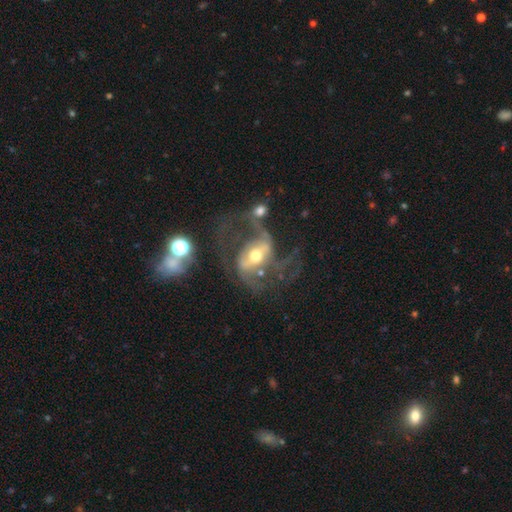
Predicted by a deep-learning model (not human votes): Smooth or featured?
  - featured or disk: 82% *
  - smooth: 9%
  - star or artifact: 8%
Edge-on disk?
  - no: 96% *
  - yes: 4%
Bar?
  - strong: 39% *
  - weak: 37%
  - no: 24%
Spiral arms?
  - yes: 85% *
  - no: 15%
Spiral winding?
  - loose: 43% * (tied)
  - medium: 43% * (tied)
  - tight: 13%
Spiral arm count?
  - 2: 66% *
  - can't tell: 14%
  - 3: 9%
  - 1: 6%
  - 4: 3%
  - more than 4: 2%
Bulge size?
  - moderate: 62% *
  - small: 29%
  - large: 7%
  - none: 1%
  - dominant: 1%
Merging?
  - major disturbance: 37% *
  - none: 35%
  - minor disturbance: 16%
  - merger: 11%